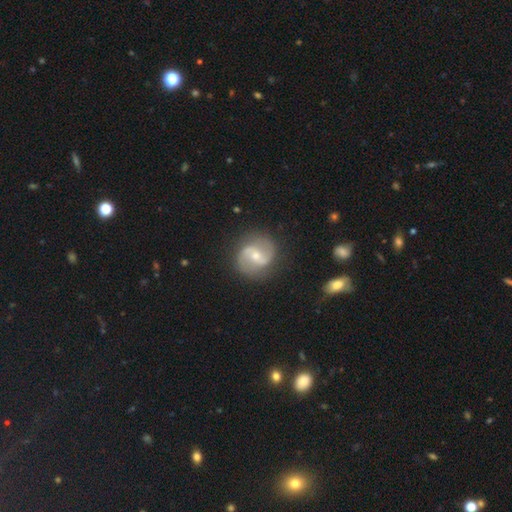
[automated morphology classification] Smooth or featured? featured or disk (84%)
Edge-on disk? no (98%)
Bar? weak (46%)
Spiral arms? yes (95%)
Spiral winding? medium (49%)
Spiral arm count? 2 (93%)
Bulge size? small (54%)
Merging? none (84%)